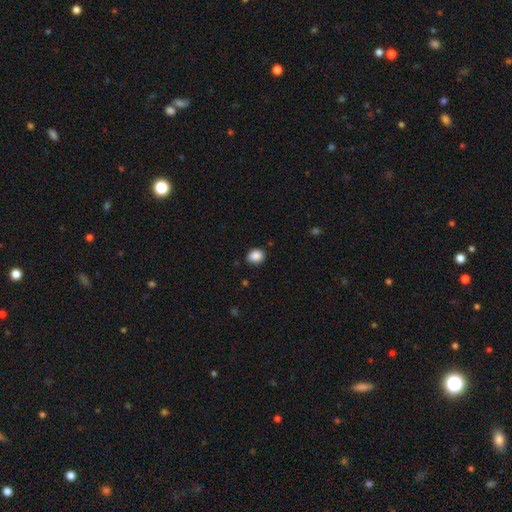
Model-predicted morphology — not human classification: type=smooth (88%); roundness=in between (53%); merging=none (85%).